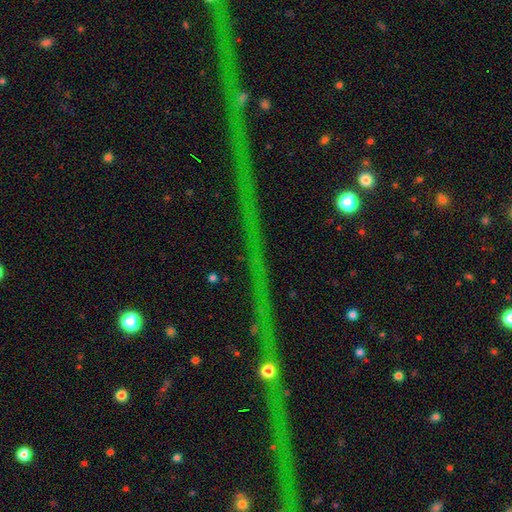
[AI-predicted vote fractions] This is clearly a star or artifact rather than a galaxy (82%).